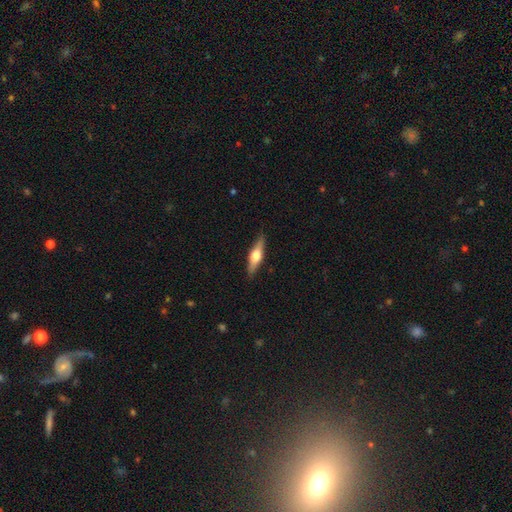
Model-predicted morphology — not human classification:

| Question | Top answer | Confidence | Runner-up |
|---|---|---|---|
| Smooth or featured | featured or disk | 63% | smooth (32%) |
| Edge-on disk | yes | 96% | no (4%) |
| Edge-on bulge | rounded | 93% | boxy (5%) |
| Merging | none | 88% | minor disturbance (9%) |